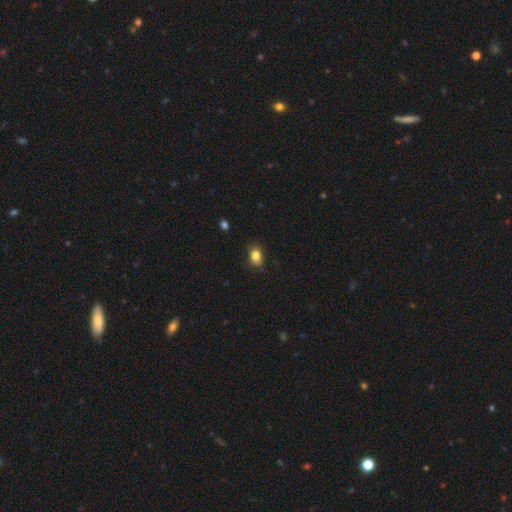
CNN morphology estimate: Smooth or featured: smooth — 81% (star or artifact — 10%)
How rounded: in between — 66% (round — 32%)
Merging: none — 76% (minor disturbance — 20%)